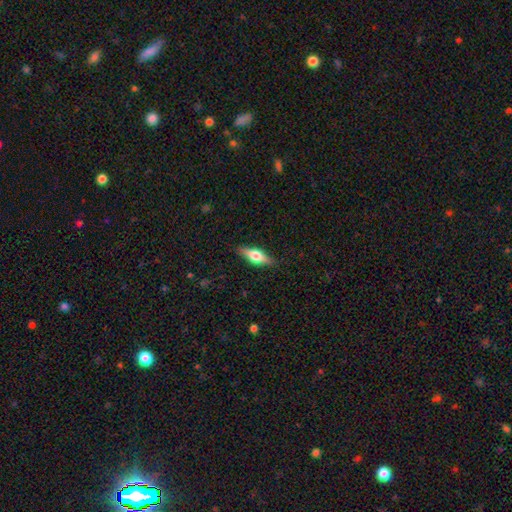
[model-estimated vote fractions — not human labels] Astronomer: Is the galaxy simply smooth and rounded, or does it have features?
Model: smooth — 48% (runner-up: featured or disk, 46%).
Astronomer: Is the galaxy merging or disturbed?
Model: none — 87%.